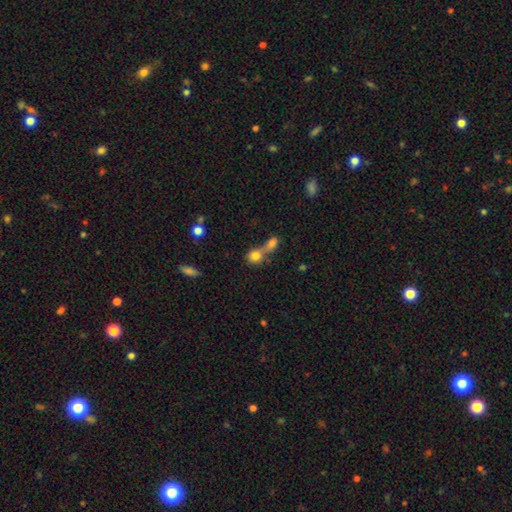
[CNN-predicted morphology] Smooth or featured: smooth — 79% (featured or disk — 11%)
How rounded: round — 70% (in between — 28%)
Merging: merger — 65% (none — 25%)